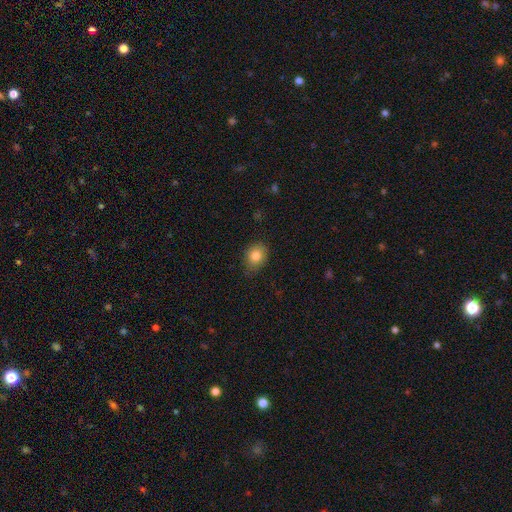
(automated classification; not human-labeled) A smooth galaxy with no disk features (83%) that is in between round and cigar-shaped (52%).

Vote fractions:
- Smooth or featured? smooth: 83% / star or artifact: 10% / featured or disk: 8%
- How rounded? in between: 52% / round: 46% / cigar-shaped: 1%
- Merging? none: 77% / minor disturbance: 19% / major disturbance: 3% / merger: 1%